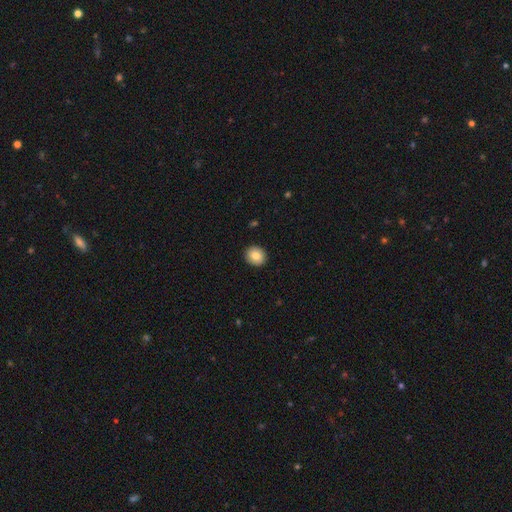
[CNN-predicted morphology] smooth_or_featured: smooth (p=0.83) [alt: featured or disk p=0.09]
how_rounded: round (p=0.83) [alt: in between p=0.16]
merging: none (p=0.92) [alt: minor disturbance p=0.05]